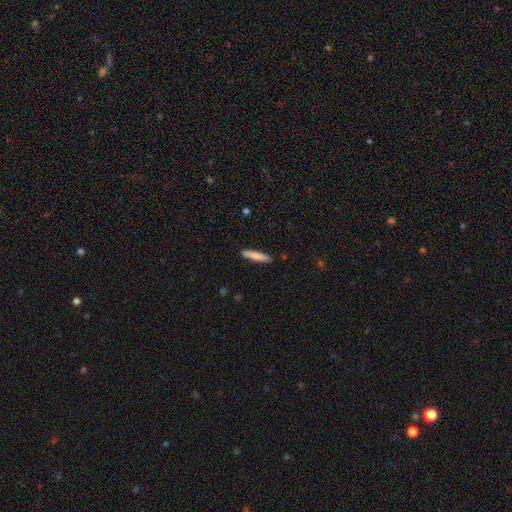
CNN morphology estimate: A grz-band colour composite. It shows a smooth galaxy with no disk features (78%) that is cigar-shaped (89%). Merging: none (88%).